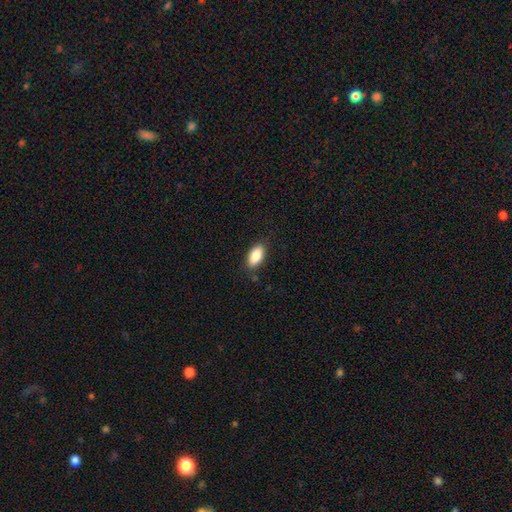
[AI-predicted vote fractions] A smooth galaxy with no disk features (85%) that is in between round and cigar-shaped (90%). Merging: none (85%).